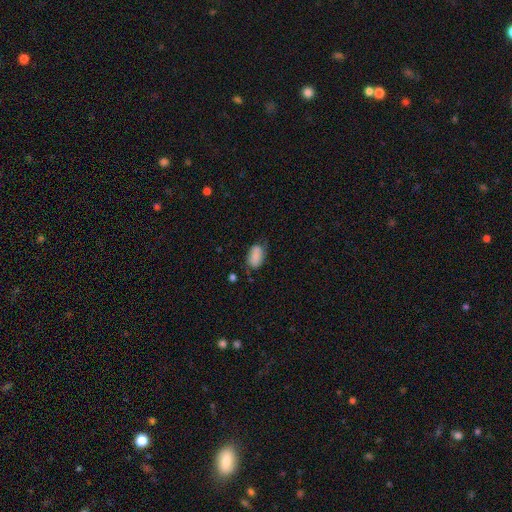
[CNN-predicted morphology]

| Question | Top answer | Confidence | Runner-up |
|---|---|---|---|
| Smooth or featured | smooth | 84% | featured or disk (8%) |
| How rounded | in between | 92% | round (5%) |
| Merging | none | 60% | minor disturbance (29%) |